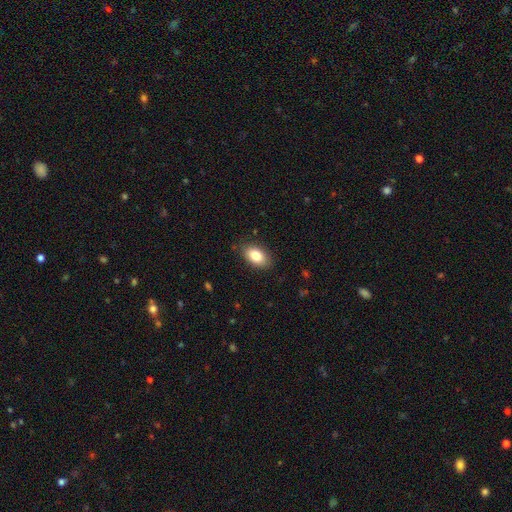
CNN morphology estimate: A smooth galaxy with no disk features (84%) that is in between round and cigar-shaped (92%). Merging: none (85%).